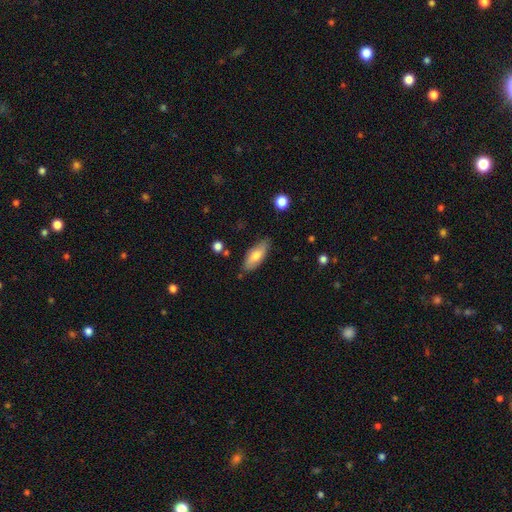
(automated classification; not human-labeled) Smooth or featured: smooth — 71% (featured or disk — 23%)
How rounded: in between — 79% (cigar-shaped — 18%)
Merging: none — 80% (minor disturbance — 15%)